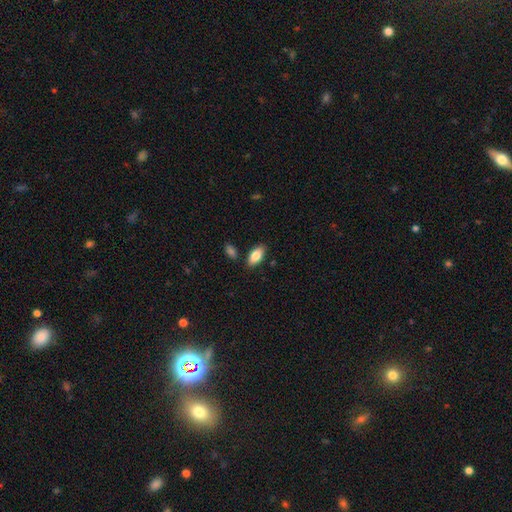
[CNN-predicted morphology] Q: Smooth or featured?
A: smooth (84%); runner-up: featured or disk (10%)
Q: How rounded?
A: in between (91%); runner-up: cigar-shaped (6%)
Q: Merging?
A: none (84%); runner-up: minor disturbance (10%)